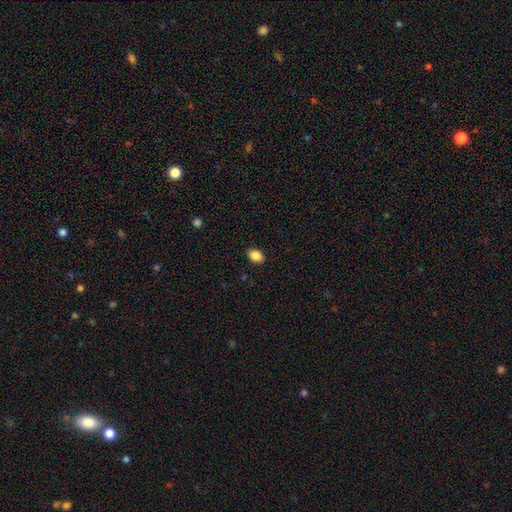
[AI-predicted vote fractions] Q: Smooth or featured?
A: smooth (88%); runner-up: star or artifact (9%)
Q: How rounded?
A: in between (83%); runner-up: round (16%)
Q: Merging?
A: none (90%); runner-up: minor disturbance (8%)